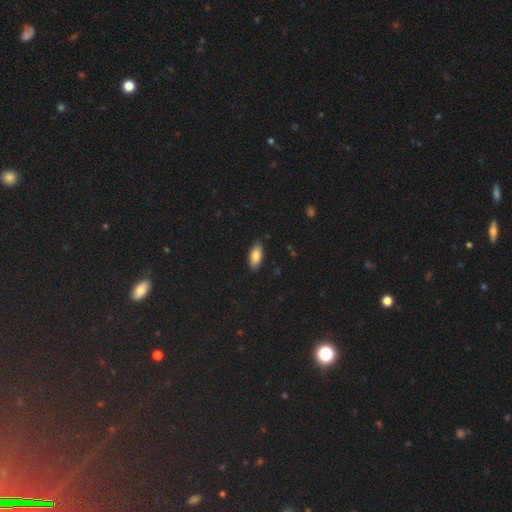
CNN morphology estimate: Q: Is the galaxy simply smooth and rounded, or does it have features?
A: smooth — 84%.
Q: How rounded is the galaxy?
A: in between — 90%.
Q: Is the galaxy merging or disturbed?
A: none — 87%.